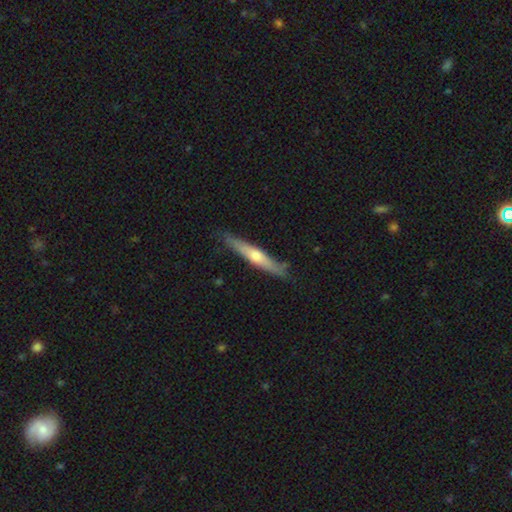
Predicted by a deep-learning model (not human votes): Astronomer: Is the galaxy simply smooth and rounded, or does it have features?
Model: featured or disk — 54% (runner-up: smooth, 41%).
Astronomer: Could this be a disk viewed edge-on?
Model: yes — 93%.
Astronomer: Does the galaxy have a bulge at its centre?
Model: rounded — 78%.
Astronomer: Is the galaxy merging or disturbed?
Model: none — 83%.